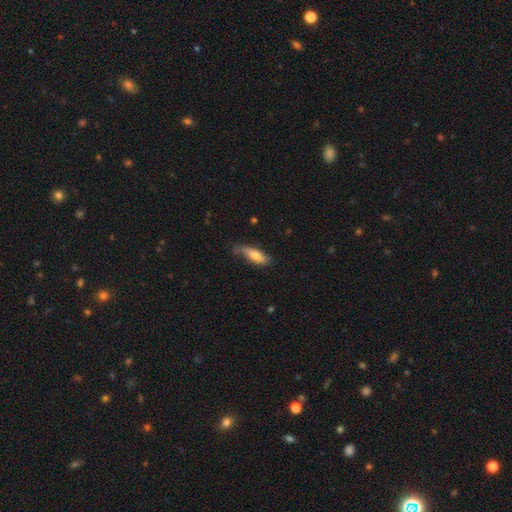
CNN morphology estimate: Smooth or featured? smooth (70%)
How rounded? in between (49%)
Merging? none (59%)